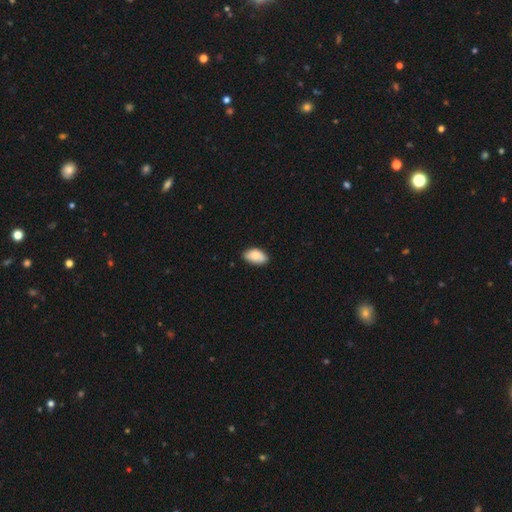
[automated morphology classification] A smooth galaxy with no disk features (83%) that is in between round and cigar-shaped (94%). Merging: none (79%).